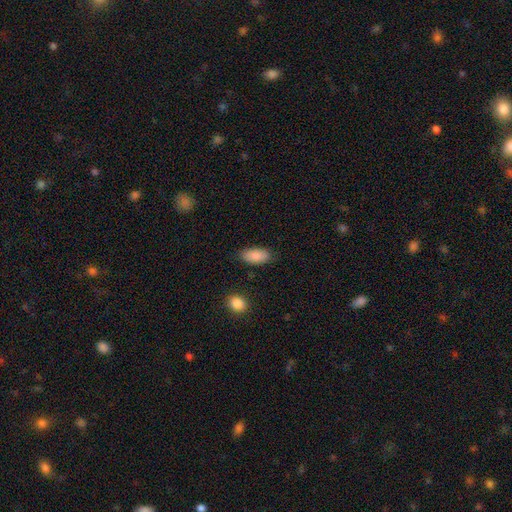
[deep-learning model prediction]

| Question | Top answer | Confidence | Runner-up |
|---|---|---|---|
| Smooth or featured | smooth | 88% | star or artifact (7%) |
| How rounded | in between | 90% | cigar-shaped (7%) |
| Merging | none | 85% | minor disturbance (11%) |